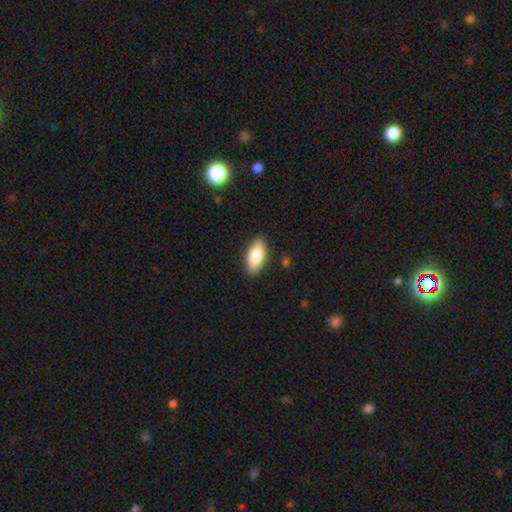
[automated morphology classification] smooth 83%, featured or disk 11%, star or artifact 6%. Down the decision tree: how rounded — in between (89%); merging — none (87%).